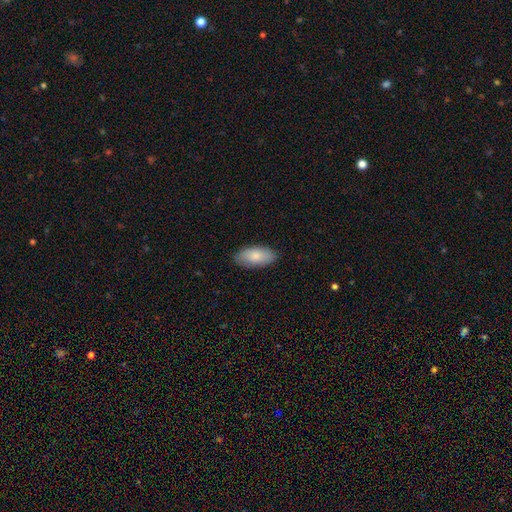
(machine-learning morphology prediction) A smooth galaxy with no disk features (82%) that is in between round and cigar-shaped (92%). Merging: none (86%).